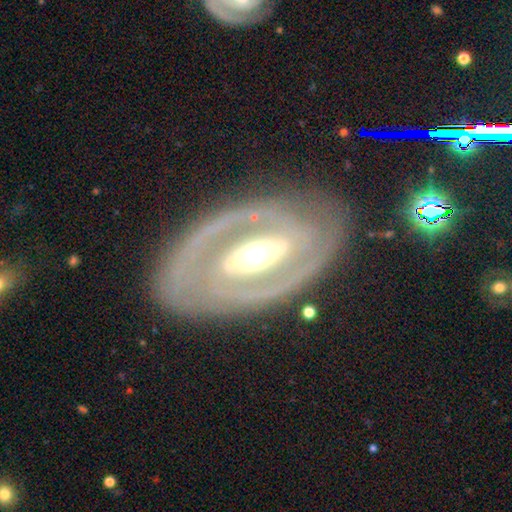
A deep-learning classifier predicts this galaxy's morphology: A featured or disk galaxy (85%) with a strong bar (38%), 2 (67%) tight (59%) spiral arms (72%) and a moderate central bulge (65%).

Vote fractions:
- Smooth or featured? featured or disk: 85% / smooth: 10% / star or artifact: 5%
- Edge-on disk? no: 93% / yes: 7%
- Bar? strong: 38% / weak: 32% / no: 30%
- Spiral arms? yes: 72% / no: 28%
- Spiral winding? tight: 59% / medium: 31% / loose: 10%
- Spiral arm count? 2: 67% / can't tell: 18% / 1: 8% / 3: 4% / 4: 2% / more than 4: 2%
- Bulge size? moderate: 65% / large: 16% / small: 16% / dominant: 2% / none: 1%
- Merging? none: 78% / minor disturbance: 13% / major disturbance: 6% / merger: 2%